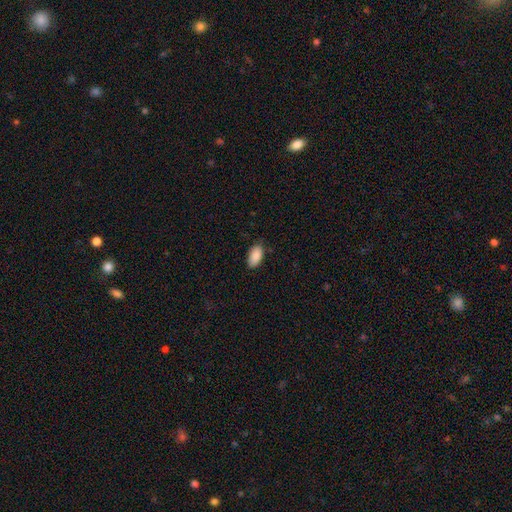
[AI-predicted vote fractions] Smooth or featured? Predicted: smooth (p=0.89). How rounded? Predicted: in between (p=0.94). Merging? Predicted: none (p=0.82).